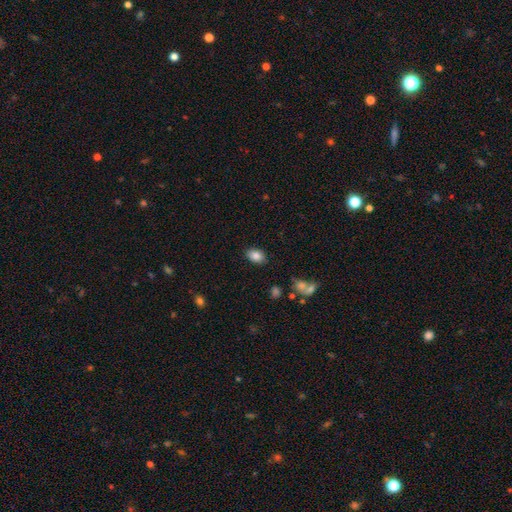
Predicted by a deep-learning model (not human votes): smooth_or_featured: smooth (p=0.85) [alt: star or artifact p=0.09]
how_rounded: in between (p=0.81) [alt: round p=0.18]
merging: none (p=0.85) [alt: minor disturbance p=0.10]